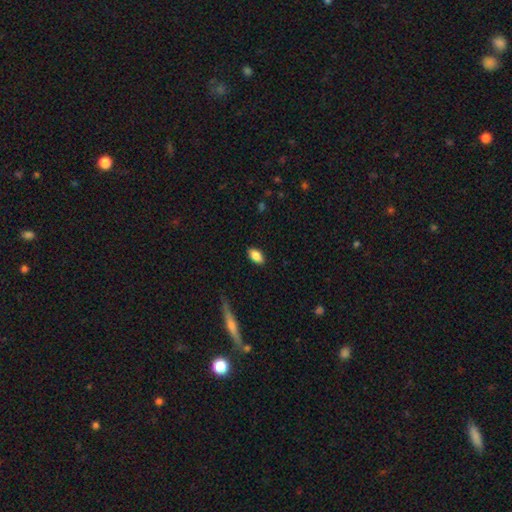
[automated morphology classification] Smooth or featured? Predicted: smooth (p=0.86). How rounded? Predicted: in between (p=0.92). Merging? Predicted: none (p=0.87).